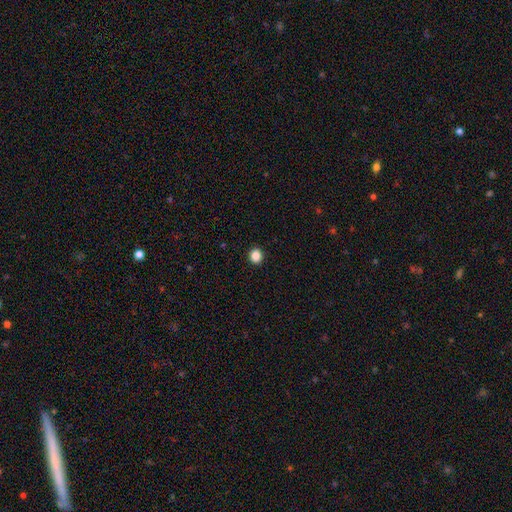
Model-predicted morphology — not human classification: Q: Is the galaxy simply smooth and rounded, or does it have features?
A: smooth — 87%.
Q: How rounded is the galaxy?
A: round — 74%.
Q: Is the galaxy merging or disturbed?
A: none — 92%.